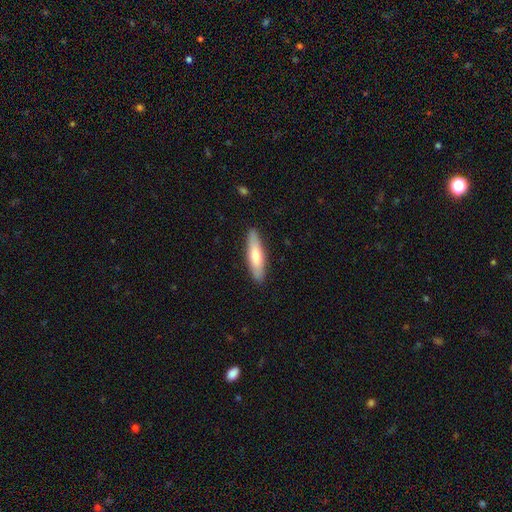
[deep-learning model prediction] Morphology: type=smooth (69%); roundness=cigar-shaped (73%); merging=none (89%).